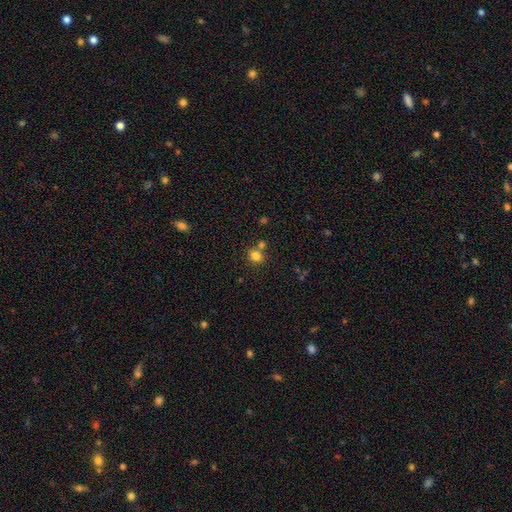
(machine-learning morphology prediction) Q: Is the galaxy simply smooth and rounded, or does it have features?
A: smooth — 81%.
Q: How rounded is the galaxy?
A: round — 65%.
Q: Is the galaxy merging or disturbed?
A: none — 61%.